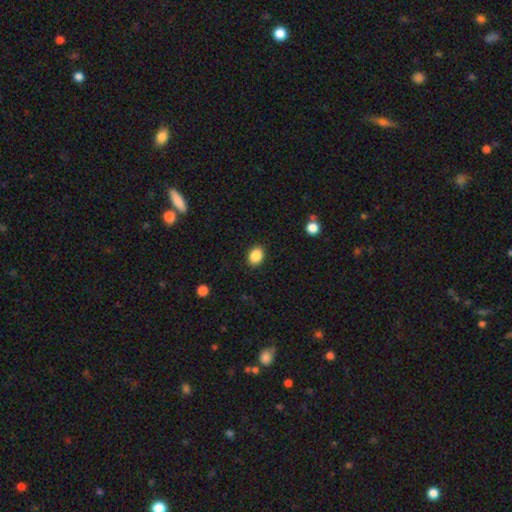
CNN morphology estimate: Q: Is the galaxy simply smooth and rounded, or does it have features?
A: smooth — 88%.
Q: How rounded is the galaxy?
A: in between — 66%.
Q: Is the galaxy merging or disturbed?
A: none — 90%.